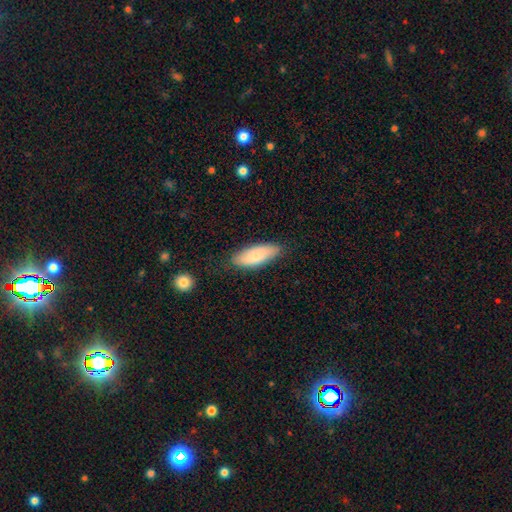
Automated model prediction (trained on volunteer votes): This appears to be a smooth galaxy with no disk features (78%) that is in between round and cigar-shaped (74%). Merging: none (79%).